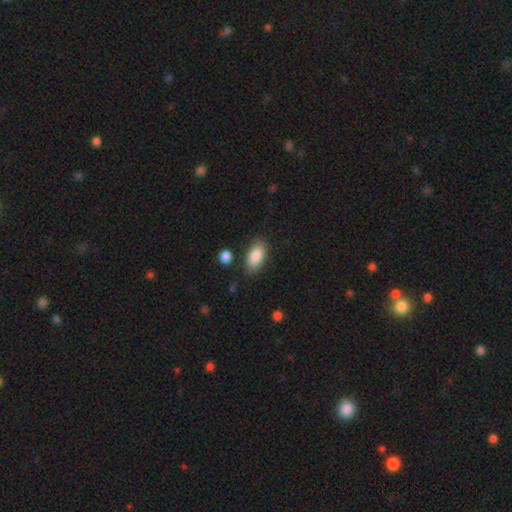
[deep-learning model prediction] This is clearly a smooth galaxy (87%). How rounded: clearly in between (91%). Merging: clearly none (82%).